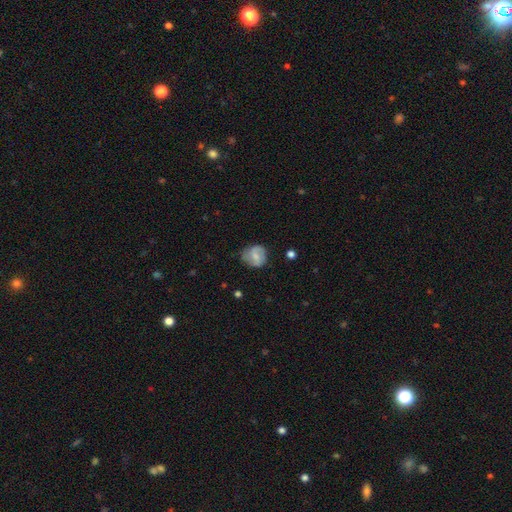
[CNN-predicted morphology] This appears to be a smooth galaxy with no disk features (50%) that is round (74%). Merging: none (63%).